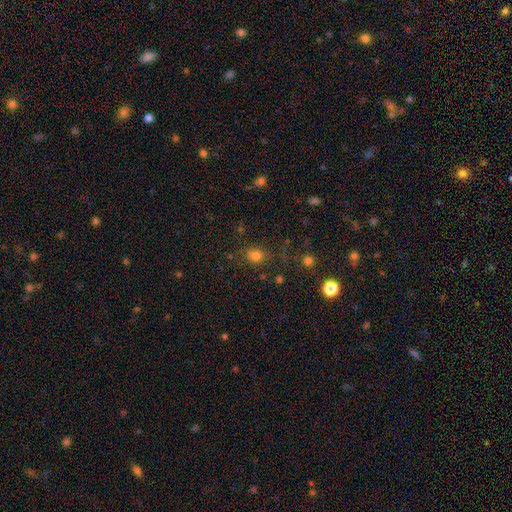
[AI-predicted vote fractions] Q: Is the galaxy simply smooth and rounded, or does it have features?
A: smooth — 77%.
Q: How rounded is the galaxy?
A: round — 71%.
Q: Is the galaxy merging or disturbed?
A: none — 77%.